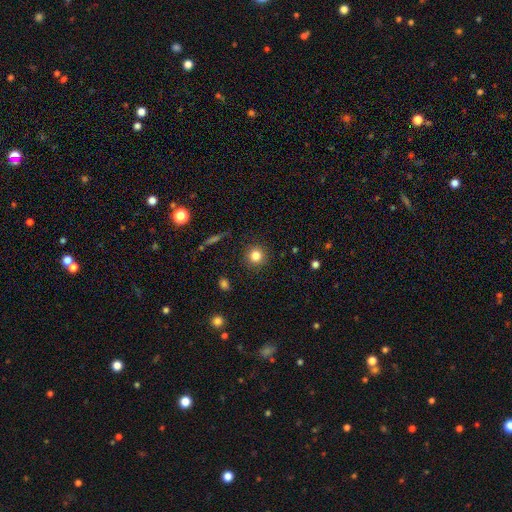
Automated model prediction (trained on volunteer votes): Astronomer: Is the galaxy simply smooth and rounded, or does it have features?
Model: smooth — 82%.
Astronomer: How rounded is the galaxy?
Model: round — 94%.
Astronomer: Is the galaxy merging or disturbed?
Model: none — 90%.